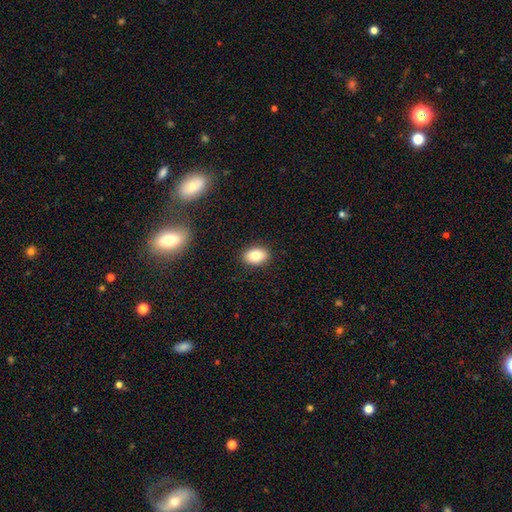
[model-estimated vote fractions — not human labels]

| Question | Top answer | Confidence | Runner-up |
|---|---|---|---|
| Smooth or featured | smooth | 83% | star or artifact (9%) |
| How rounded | in between | 81% | round (18%) |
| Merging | none | 90% | minor disturbance (7%) |